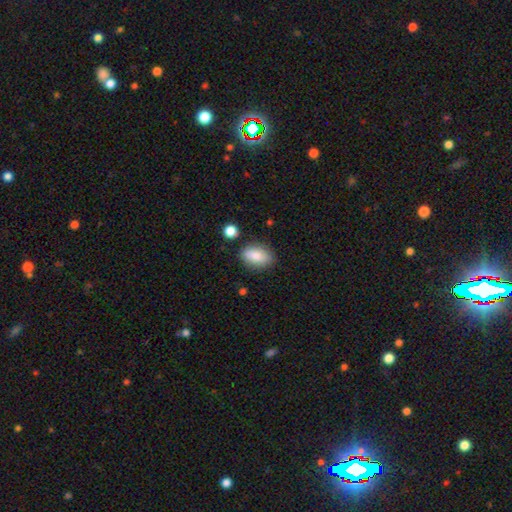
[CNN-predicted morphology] smooth-or-featured: smooth: 82% | featured or disk: 10% | star or artifact: 7%
  how-rounded: in between: 86% | round: 11% | cigar-shaped: 3%
  merging: none: 81% | minor disturbance: 13% | merger: 3% | major disturbance: 3%